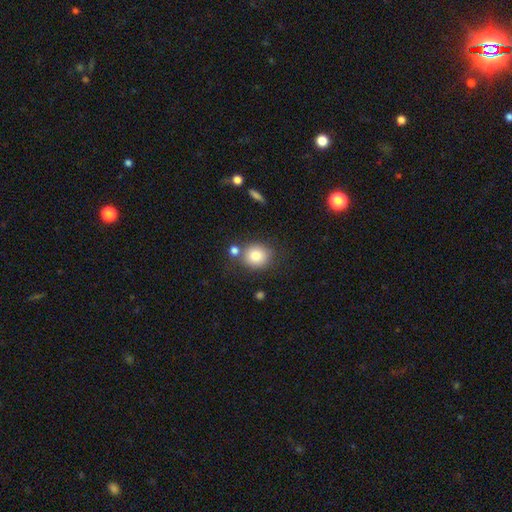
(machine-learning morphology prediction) Smooth or featured: smooth — 82% (star or artifact — 9%)
How rounded: round — 79% (in between — 20%)
Merging: none — 70% (merger — 14%)